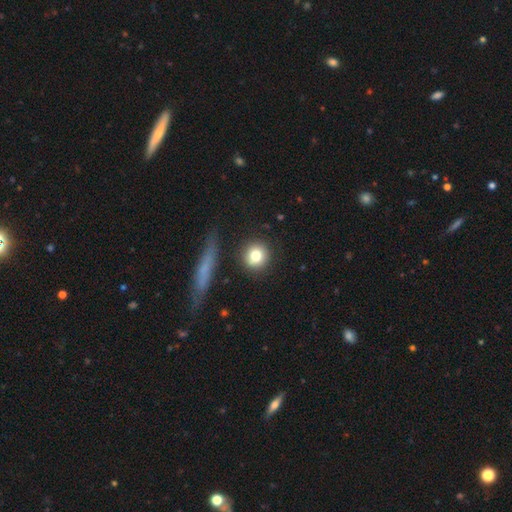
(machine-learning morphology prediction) A smooth galaxy with no disk features (77%) that is round (91%). Merging: none (85%).